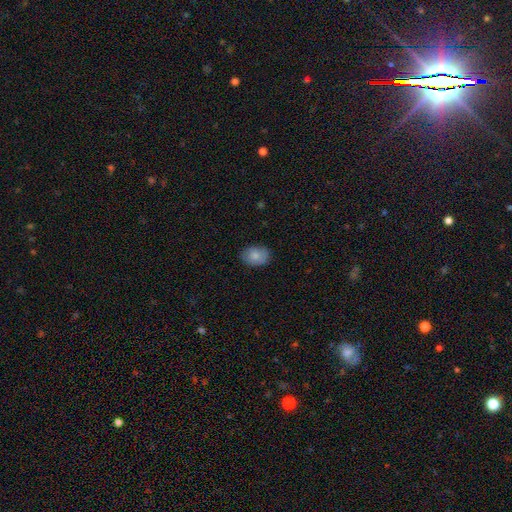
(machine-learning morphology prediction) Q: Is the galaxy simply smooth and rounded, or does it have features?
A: smooth — 84%.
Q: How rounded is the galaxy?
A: in between — 78%.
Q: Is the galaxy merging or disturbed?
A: none — 84%.